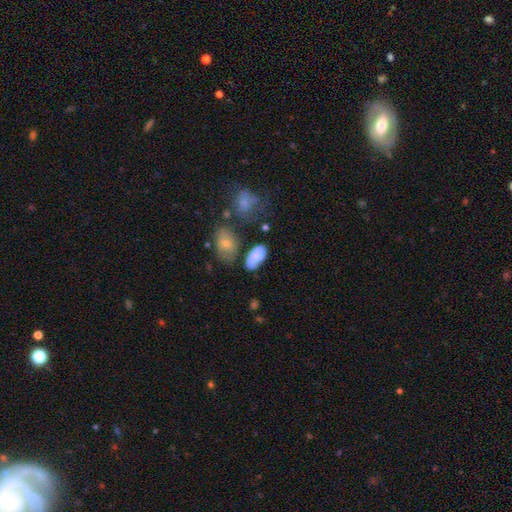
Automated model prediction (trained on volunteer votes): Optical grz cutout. It shows a smooth galaxy with no disk features (77%) that is in between round and cigar-shaped (91%). Merging: none (56%).